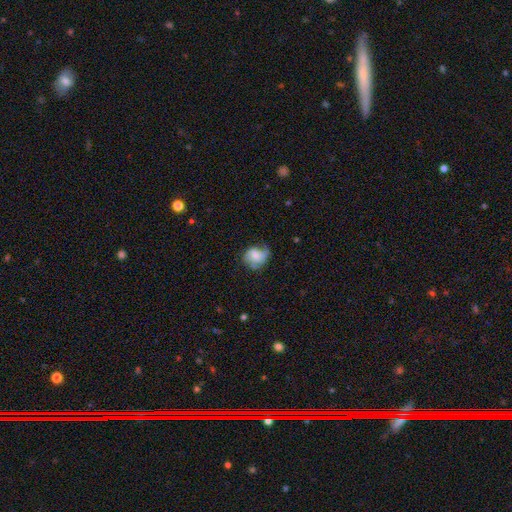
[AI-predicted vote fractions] Smooth or featured? Predicted: smooth (p=0.46). Merging? Predicted: none (p=0.48).